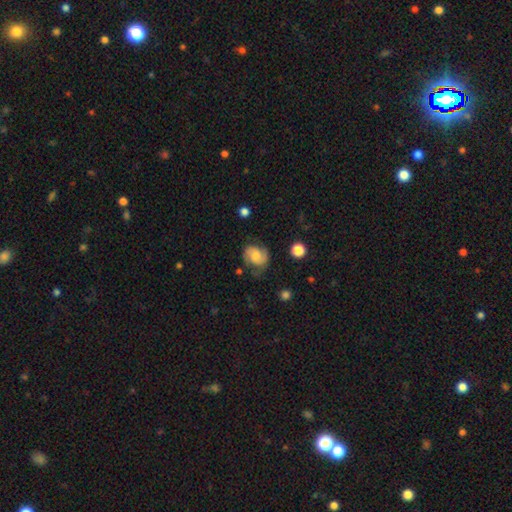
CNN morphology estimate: A featured or disk galaxy (67%) with no bar (62%), 2 (86%) medium (48%) spiral arms (93%) and a moderate central bulge (51%).

Vote fractions:
- Smooth or featured? featured or disk: 67% / smooth: 25% / star or artifact: 8%
- Edge-on disk? no: 98% / yes: 2%
- Bar? no: 62% / weak: 32% / strong: 6%
- Spiral arms? yes: 93% / no: 7%
- Spiral winding? medium: 48% / tight: 34% / loose: 18%
- Spiral arm count? 2: 86% / can't tell: 7% / 1: 3% / 3: 2% / 4: 1% / more than 4: 1%
- Bulge size? moderate: 51% / small: 34% / large: 7% / none: 6% / dominant: 1%
- Merging? none: 70% / minor disturbance: 20% / major disturbance: 8% / merger: 2%